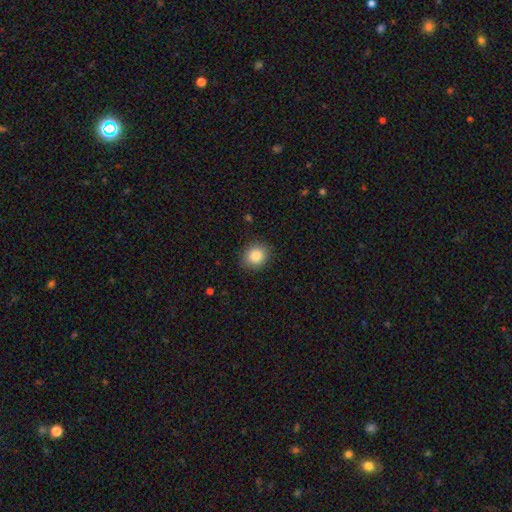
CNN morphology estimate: A smooth galaxy with no disk features (87%) that is round (67%).

Vote fractions:
- Smooth or featured? smooth: 87% / star or artifact: 9% / featured or disk: 5%
- How rounded? round: 67% / in between: 32% / cigar-shaped: 1%
- Merging? none: 87% / minor disturbance: 9% / major disturbance: 3% / merger: 1%